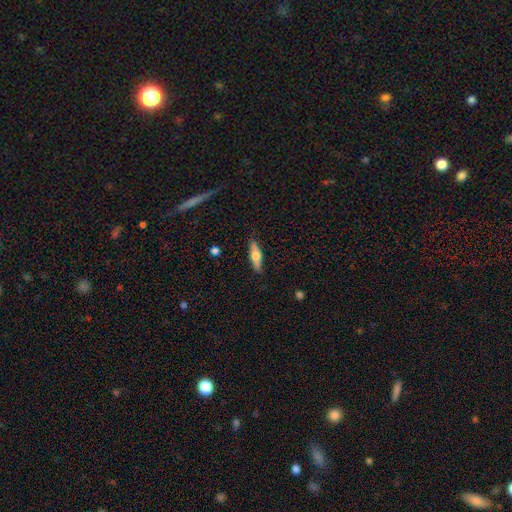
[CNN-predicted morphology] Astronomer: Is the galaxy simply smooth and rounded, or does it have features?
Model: smooth — 50% (runner-up: featured or disk, 44%).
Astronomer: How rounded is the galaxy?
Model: cigar-shaped — 57% (runner-up: in between, 40%).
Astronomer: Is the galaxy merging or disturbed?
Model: none — 87%.